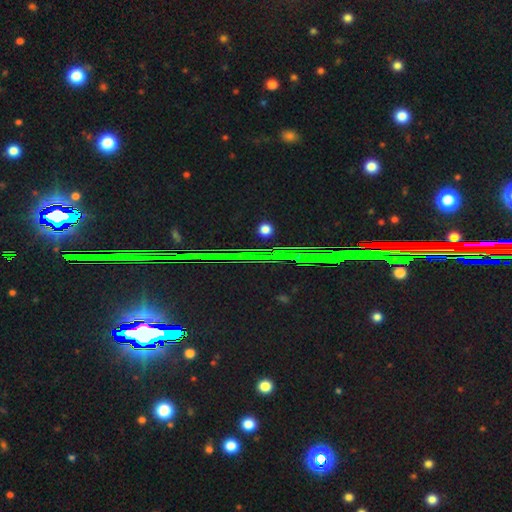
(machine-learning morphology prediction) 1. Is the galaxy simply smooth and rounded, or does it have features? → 83% star or artifact, 10% featured or disk, 8% smooth.